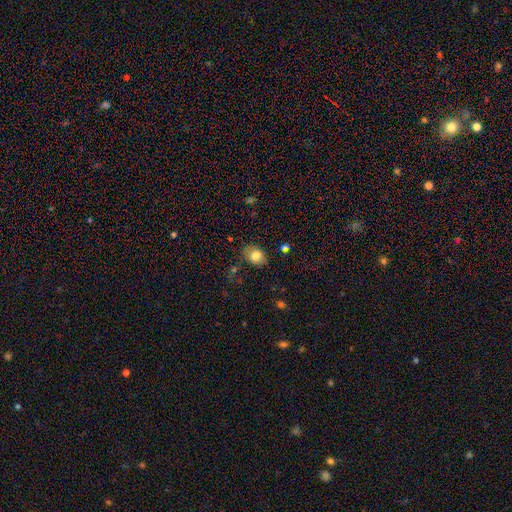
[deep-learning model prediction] smooth-or-featured: smooth: 81% | featured or disk: 10% | star or artifact: 9%
  how-rounded: in between: 57% | round: 42% | cigar-shaped: 1%
  merging: none: 78% | minor disturbance: 16% | major disturbance: 4% | merger: 2%